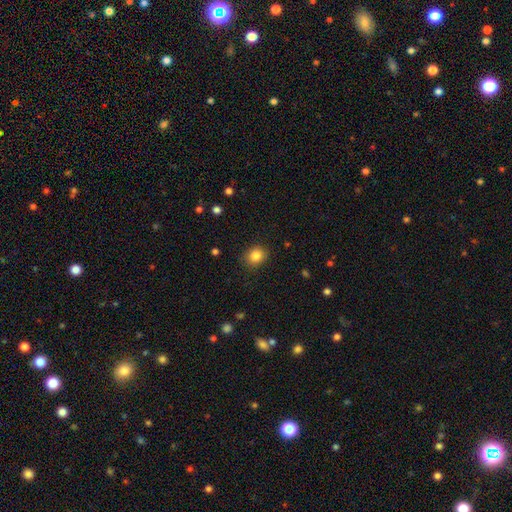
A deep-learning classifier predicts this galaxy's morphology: This appears to be a smooth galaxy with no disk features (85%) that is round (72%). Merging: none (87%).